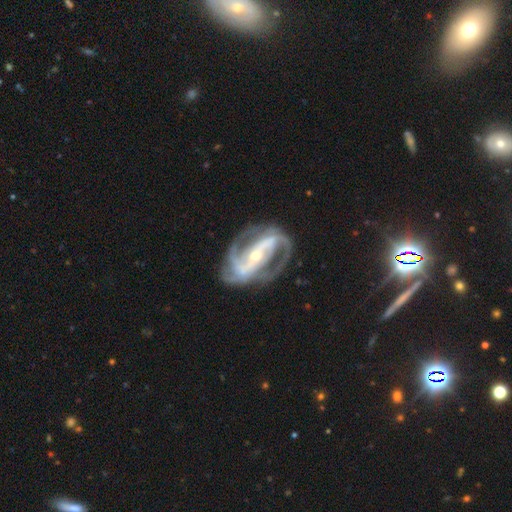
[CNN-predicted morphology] type=featured or disk (91%); edge-on=no (96%); bar=strong (66%); spiral arms=yes (97%); winding=medium (50%); arm count=2 (69%); bulge=small (56%); merging=none (70%).